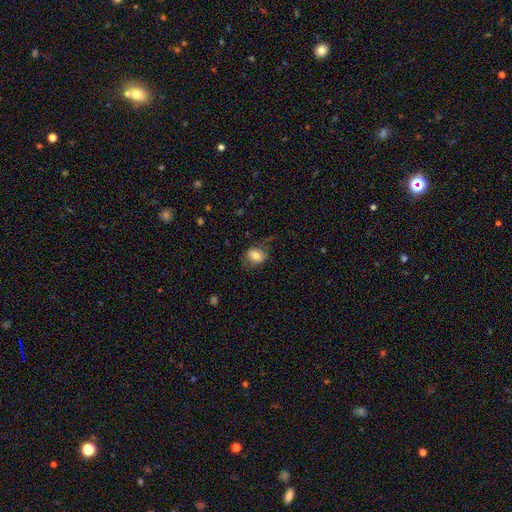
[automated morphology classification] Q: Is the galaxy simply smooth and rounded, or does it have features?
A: smooth — 77%.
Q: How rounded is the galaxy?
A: in between — 51%.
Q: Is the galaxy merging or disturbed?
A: none — 70%.